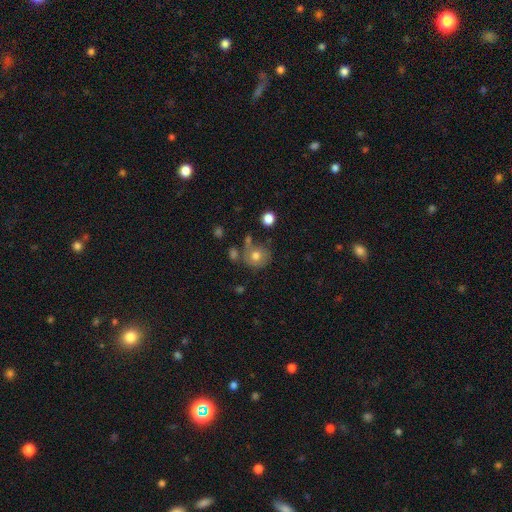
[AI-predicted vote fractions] Smooth or featured?
  - smooth: 73% *
  - featured or disk: 16%
  - star or artifact: 11%
How rounded?
  - round: 82% *
  - in between: 17%
  - cigar-shaped: 1%
Merging?
  - none: 61% *
  - minor disturbance: 17%
  - merger: 15%
  - major disturbance: 7%